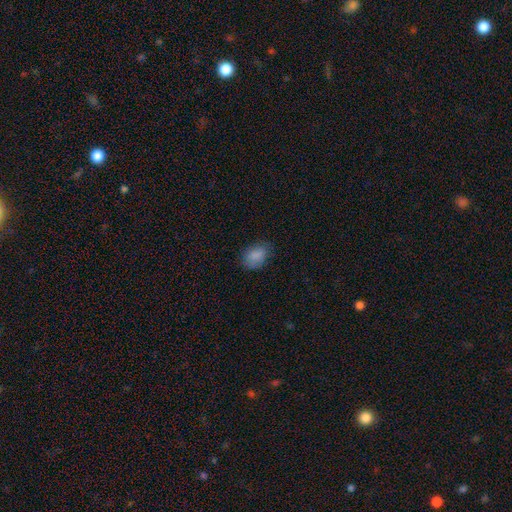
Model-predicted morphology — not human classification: Smooth or featured? Predicted: smooth (p=0.85). How rounded? Predicted: in between (p=0.73). Merging? Predicted: none (p=0.71).